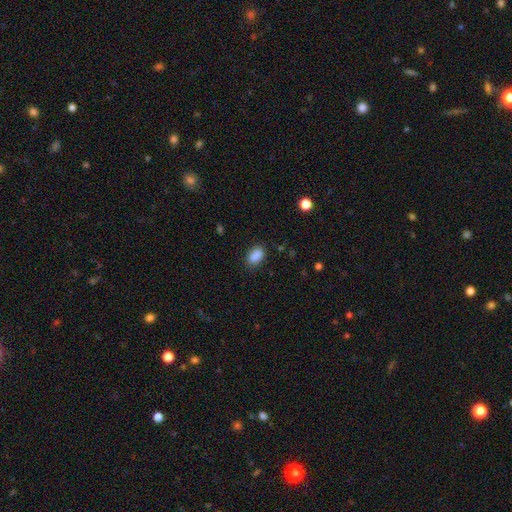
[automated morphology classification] Smooth or featured? smooth (88%)
How rounded? in between (90%)
Merging? none (82%)